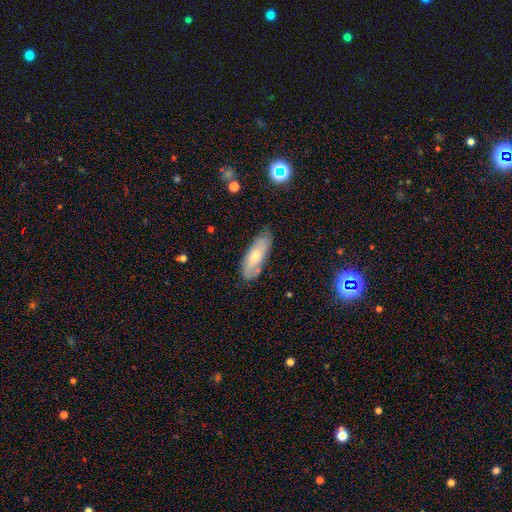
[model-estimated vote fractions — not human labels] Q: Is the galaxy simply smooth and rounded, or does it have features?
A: smooth — 47%.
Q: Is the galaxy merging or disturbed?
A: none — 71%.